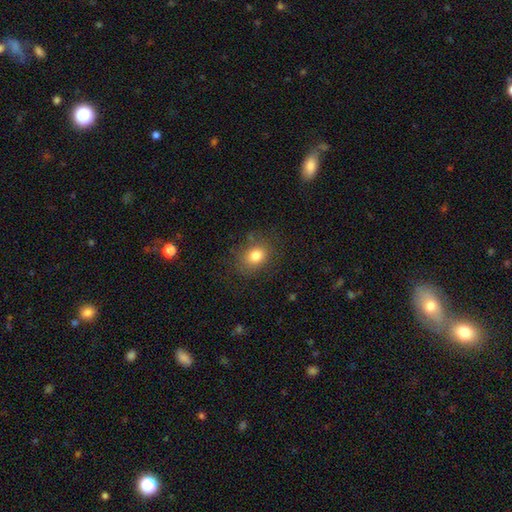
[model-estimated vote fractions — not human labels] Smooth or featured? Predicted: smooth (p=0.81). How rounded? Predicted: round (p=0.52). Merging? Predicted: none (p=0.78).